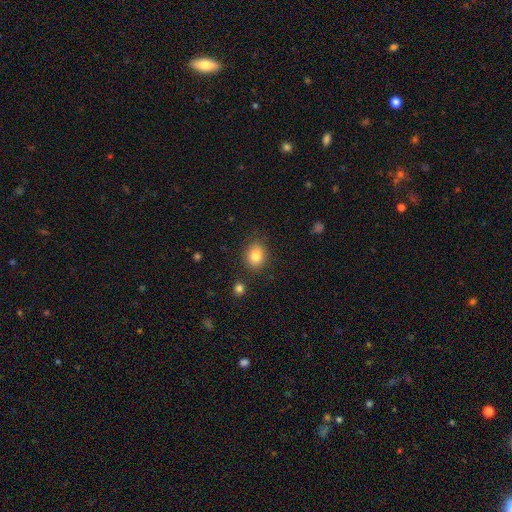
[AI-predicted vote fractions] A smooth galaxy with no disk features (84%) that is round (52%).

Vote fractions:
- Smooth or featured? smooth: 84% / star or artifact: 10% / featured or disk: 7%
- How rounded? round: 52% / in between: 47% / cigar-shaped: 1%
- Merging? none: 83% / minor disturbance: 11% / major disturbance: 3% / merger: 3%